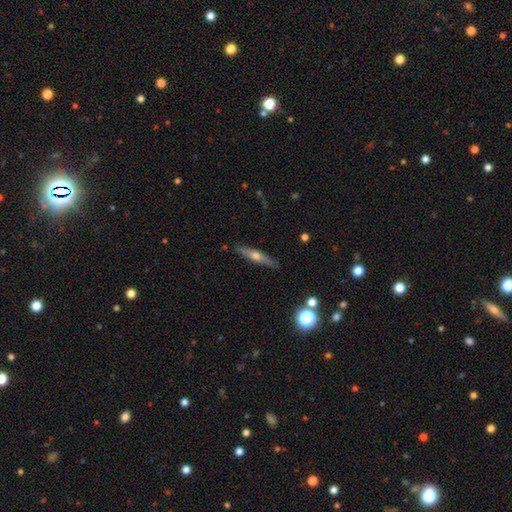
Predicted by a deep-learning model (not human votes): Smooth or featured?
  - featured or disk: 59% *
  - smooth: 32%
  - star or artifact: 8%
Edge-on disk?
  - yes: 93% *
  - no: 7%
Edge-on bulge?
  - rounded: 88% *
  - none: 8%
  - boxy: 4%
Merging?
  - none: 88% *
  - minor disturbance: 8%
  - major disturbance: 2%
  - merger: 1%